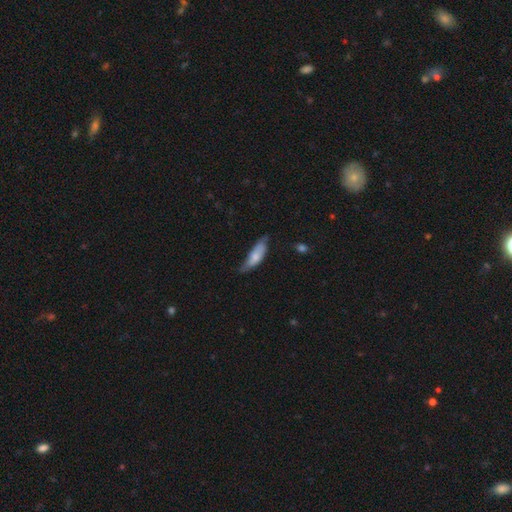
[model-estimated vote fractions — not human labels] Smooth or featured? Predicted: smooth (p=0.69). How rounded? Predicted: in between (p=0.59). Merging? Predicted: none (p=0.45).